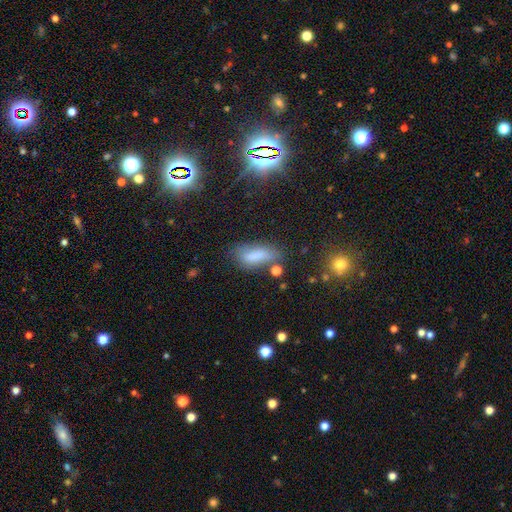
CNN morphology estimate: Smooth or featured?
  - smooth: 74% *
  - featured or disk: 14%
  - star or artifact: 13%
How rounded?
  - in between: 71% *
  - cigar-shaped: 26%
  - round: 3%
Merging?
  - none: 55% *
  - minor disturbance: 26%
  - major disturbance: 11%
  - merger: 8%